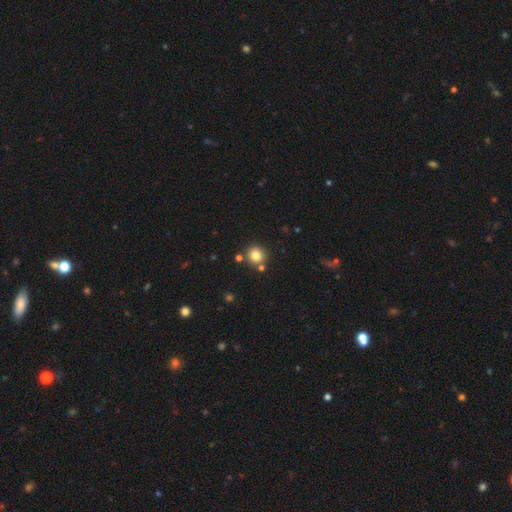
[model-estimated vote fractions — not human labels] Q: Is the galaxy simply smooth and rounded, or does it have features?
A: smooth — 80%.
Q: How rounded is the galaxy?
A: round — 92%.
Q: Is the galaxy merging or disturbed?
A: none — 80%.